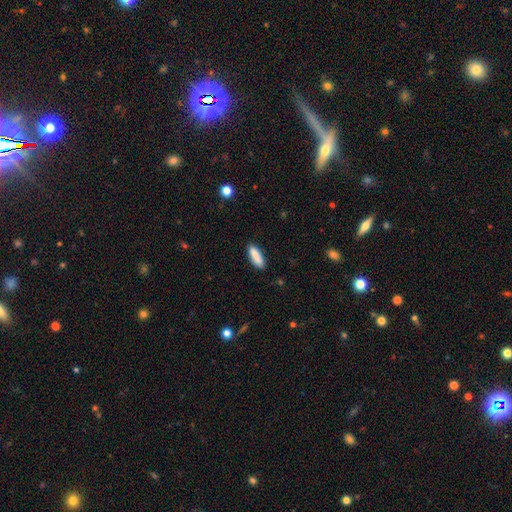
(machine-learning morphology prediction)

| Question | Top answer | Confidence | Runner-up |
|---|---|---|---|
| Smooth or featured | smooth | 88% | star or artifact (6%) |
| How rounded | in between | 49% | tied: cigar-shaped (49%) |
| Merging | none | 87% | minor disturbance (9%) |